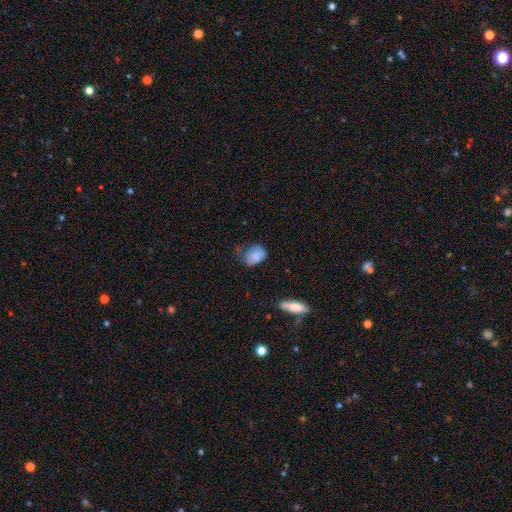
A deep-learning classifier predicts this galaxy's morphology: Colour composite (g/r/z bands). It shows a smooth galaxy with no disk features (80%) that is in between round and cigar-shaped (73%). Merging: none (44%).